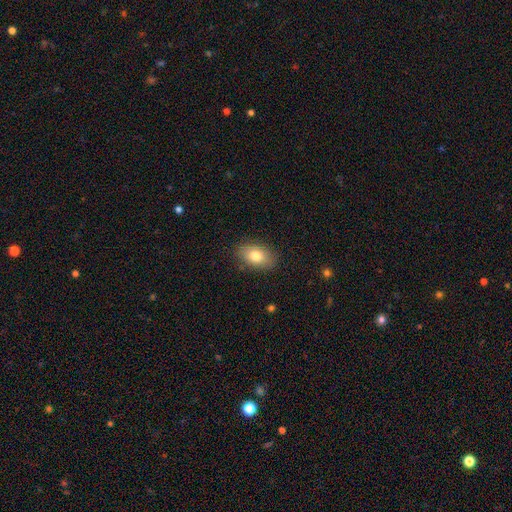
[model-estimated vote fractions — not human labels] This is likely a smooth galaxy (79%). How rounded: clearly in between (88%). Merging: clearly none (86%).